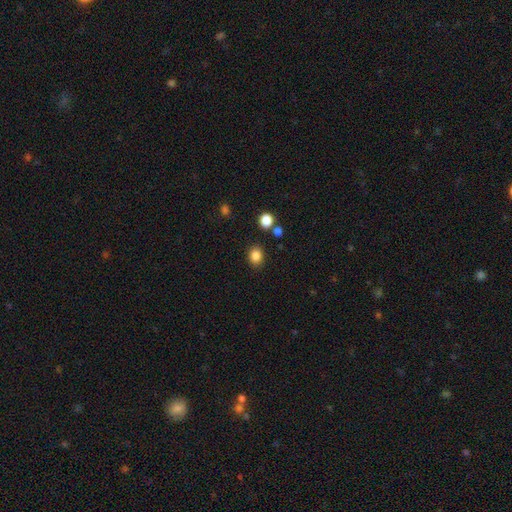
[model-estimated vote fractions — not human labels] A smooth galaxy with no disk features (84%) that is round (60%).

Vote fractions:
- Smooth or featured? smooth: 84% / star or artifact: 11% / featured or disk: 4%
- How rounded? round: 60% / in between: 39% / cigar-shaped: 1%
- Merging? none: 85% / minor disturbance: 9% / merger: 3% / major disturbance: 3%